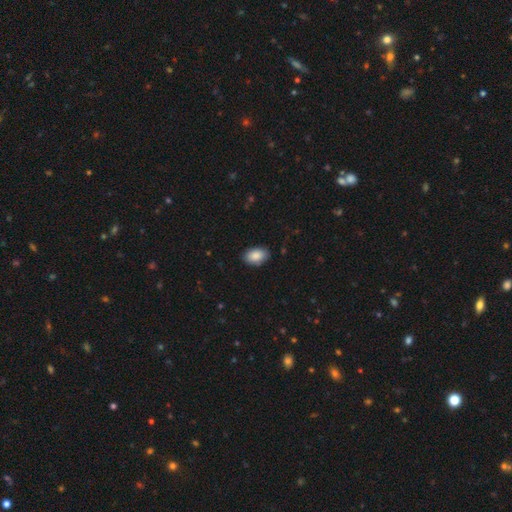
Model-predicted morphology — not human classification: smooth-or-featured: smooth: 88% | star or artifact: 6% | featured or disk: 5%
  how-rounded: in between: 91% | round: 8% | cigar-shaped: 1%
  merging: none: 85% | minor disturbance: 11% | major disturbance: 2% | merger: 1%